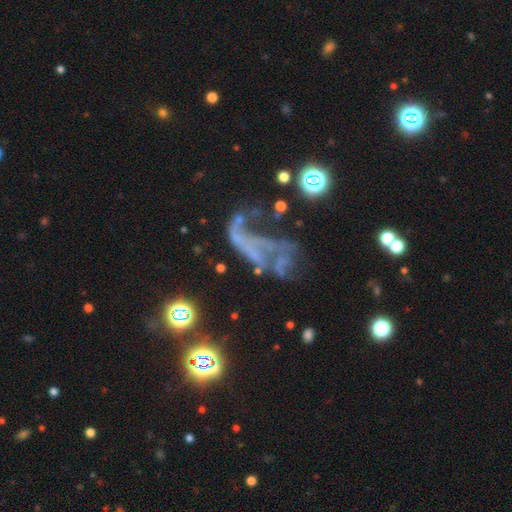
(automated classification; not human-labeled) Smooth or featured? Predicted: featured or disk (p=0.58). Edge-on disk? Predicted: no (p=0.93). Bar? Predicted: no (p=0.77). Spiral arms? Predicted: no (p=0.69). Bulge size? Predicted: none (p=0.77). Merging? Predicted: major disturbance (p=0.48).